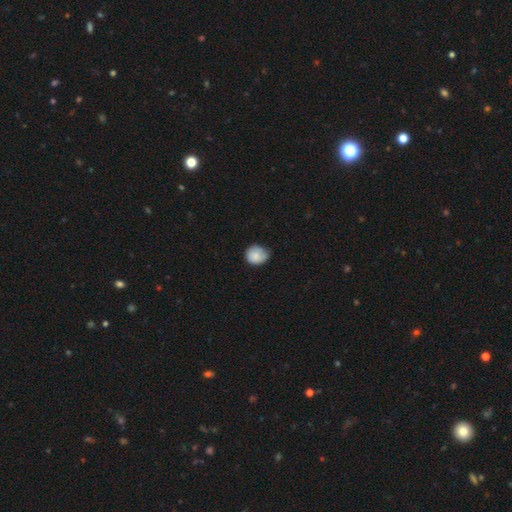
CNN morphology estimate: smooth_or_featured: smooth (p=0.79) [alt: featured or disk p=0.13]
how_rounded: round (p=0.69) [alt: in between p=0.30]
merging: none (p=0.52) [alt: minor disturbance p=0.40]